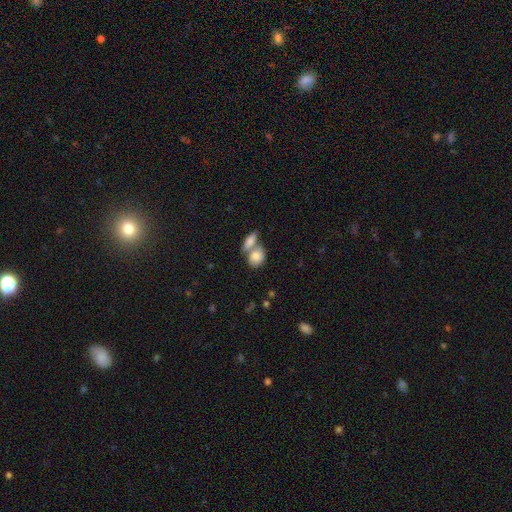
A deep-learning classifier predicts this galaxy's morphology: Overall: smooth (82%). How rounded: in between (59%; round 38%). Merging: merger (63%; none 26%).